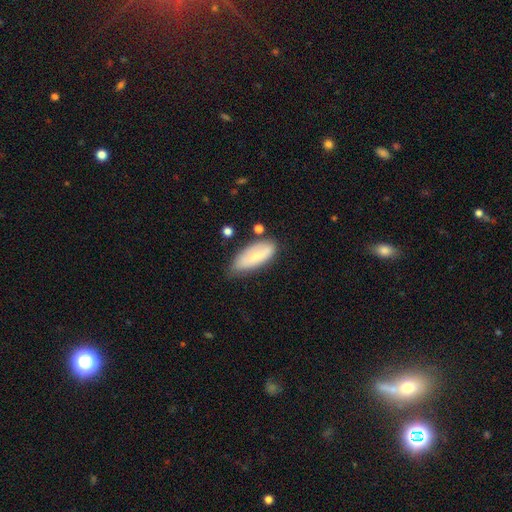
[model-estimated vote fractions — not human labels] This is likely a smooth galaxy (69%). How rounded: clearly in between (81%). Merging: likely none (61%).